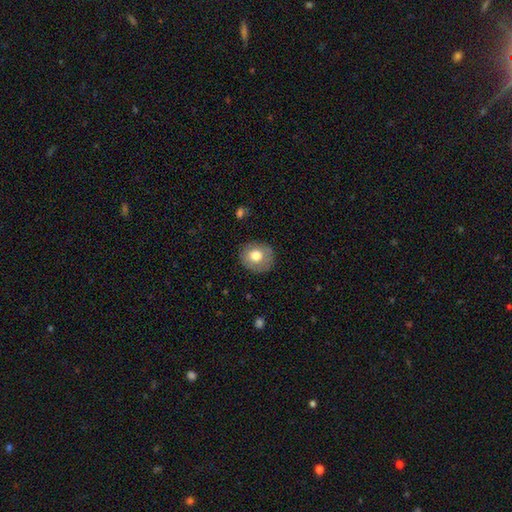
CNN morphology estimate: A smooth galaxy with no disk features (74%) that is round (82%). Merging: none (84%).